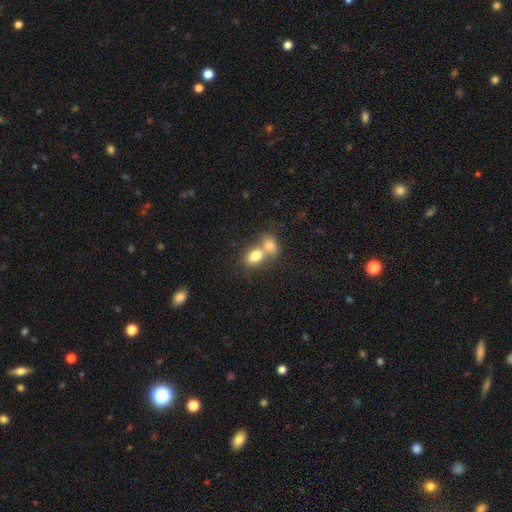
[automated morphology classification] Smooth or featured?
  - smooth: 78% *
  - featured or disk: 13%
  - star or artifact: 9%
How rounded?
  - in between: 70% *
  - round: 29%
  - cigar-shaped: 1%
Merging?
  - merger: 66% *
  - none: 25%
  - minor disturbance: 6%
  - major disturbance: 3%